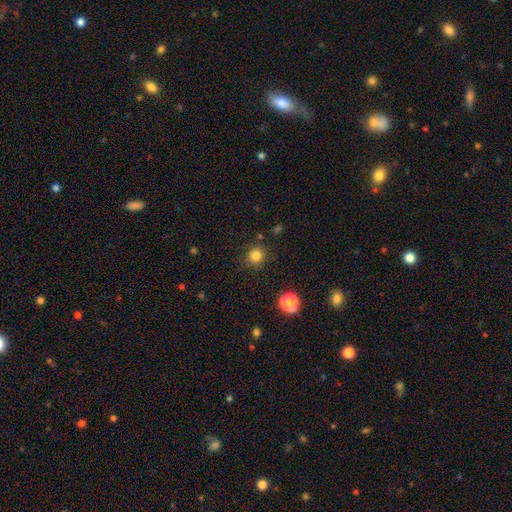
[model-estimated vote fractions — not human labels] smooth_or_featured: smooth (p=0.82) [alt: star or artifact p=0.13]
how_rounded: round (p=0.85) [alt: in between p=0.14]
merging: none (p=0.85) [alt: minor disturbance p=0.09]